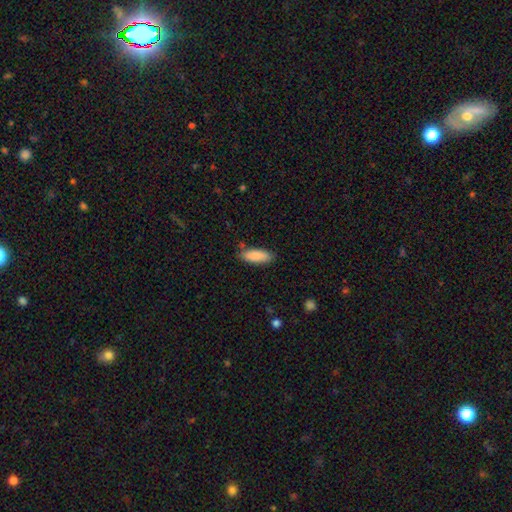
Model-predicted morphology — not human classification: Smooth or featured: smooth — 85% (featured or disk — 9%)
How rounded: in between — 68% (cigar-shaped — 30%)
Merging: none — 80% (minor disturbance — 15%)